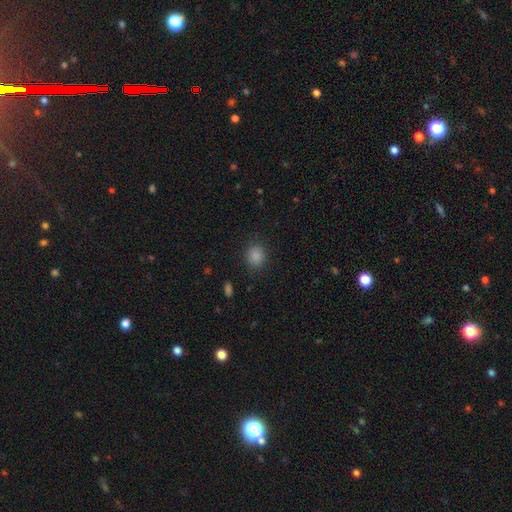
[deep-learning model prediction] A smooth galaxy with no disk features (86%) that is round (76%).

Vote fractions:
- Smooth or featured? smooth: 86% / star or artifact: 11% / featured or disk: 3%
- How rounded? round: 76% / in between: 23% / cigar-shaped: 1%
- Merging? none: 87% / minor disturbance: 9% / major disturbance: 3% / merger: 1%